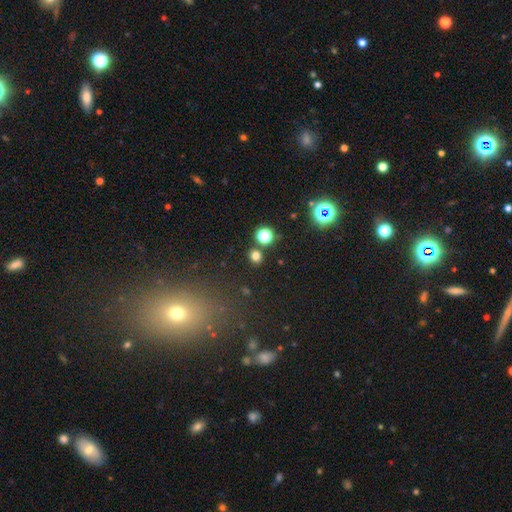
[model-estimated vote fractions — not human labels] Overall: smooth (75%). How rounded: round (82%). Merging: none (82%).